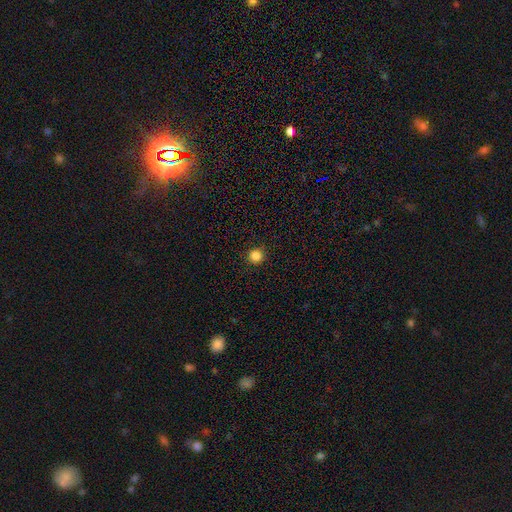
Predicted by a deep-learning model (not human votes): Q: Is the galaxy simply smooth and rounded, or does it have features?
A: smooth — 85%.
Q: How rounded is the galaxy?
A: round — 95%.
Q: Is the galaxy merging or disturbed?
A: none — 93%.